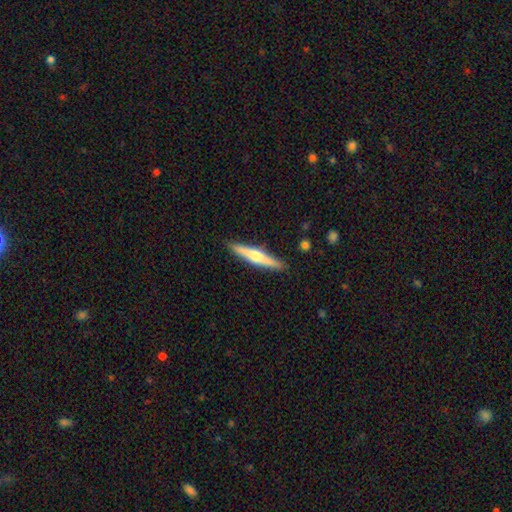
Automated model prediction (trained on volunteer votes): A featured or disk galaxy (56%) viewed edge-on (97%) with a rounded central bulge (82%).

Vote fractions:
- Smooth or featured? featured or disk: 56% / smooth: 39% / star or artifact: 5%
- Edge-on disk? yes: 97% / no: 3%
- Edge-on bulge? rounded: 82% / none: 9% / boxy: 9%
- Merging? none: 90% / minor disturbance: 7% / major disturbance: 1% / merger: 1%